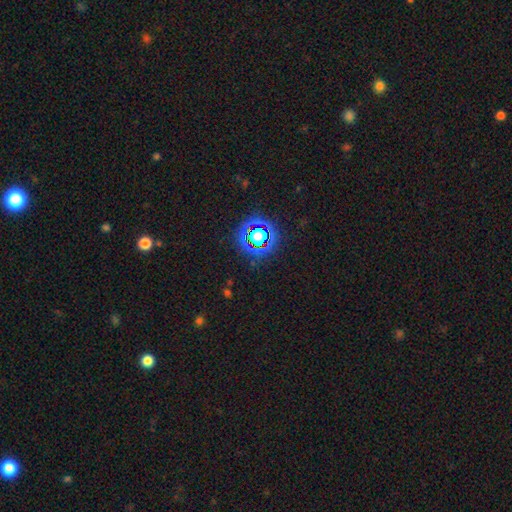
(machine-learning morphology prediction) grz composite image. It shows a star or artifact, not a galaxy (79%).